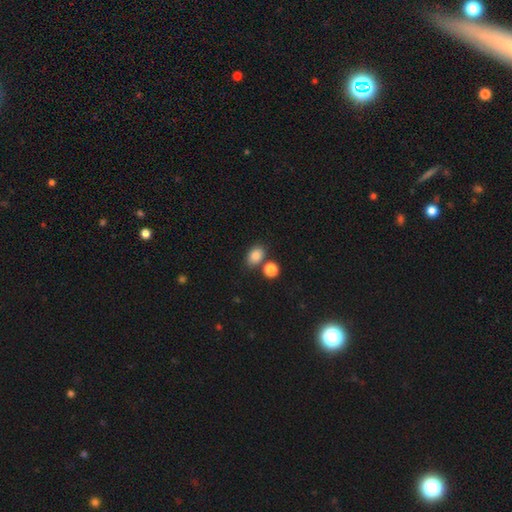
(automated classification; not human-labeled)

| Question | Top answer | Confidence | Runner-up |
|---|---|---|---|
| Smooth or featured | smooth | 85% | star or artifact (9%) |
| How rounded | in between | 72% | round (26%) |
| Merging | none | 67% | merger (17%) |